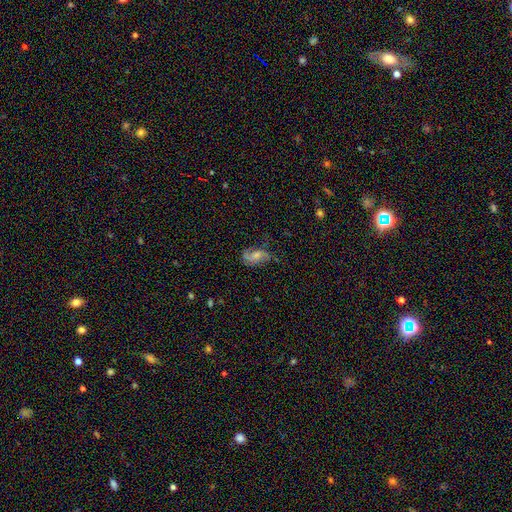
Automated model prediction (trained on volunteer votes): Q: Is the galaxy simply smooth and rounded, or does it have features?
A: featured or disk — 62%.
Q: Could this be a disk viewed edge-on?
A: no — 96%.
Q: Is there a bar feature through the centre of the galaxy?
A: no — 56%.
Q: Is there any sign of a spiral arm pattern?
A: yes — 89%.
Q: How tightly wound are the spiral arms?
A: loose — 48%.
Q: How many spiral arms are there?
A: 2 — 76%.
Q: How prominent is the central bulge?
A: moderate — 44%.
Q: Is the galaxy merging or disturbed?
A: none — 56%.